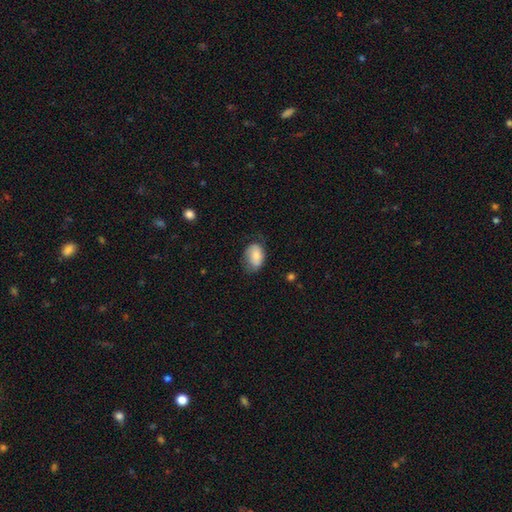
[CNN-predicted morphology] This appears to be a smooth galaxy with no disk features (76%) that is in between round and cigar-shaped (83%). Merging: none (51%).